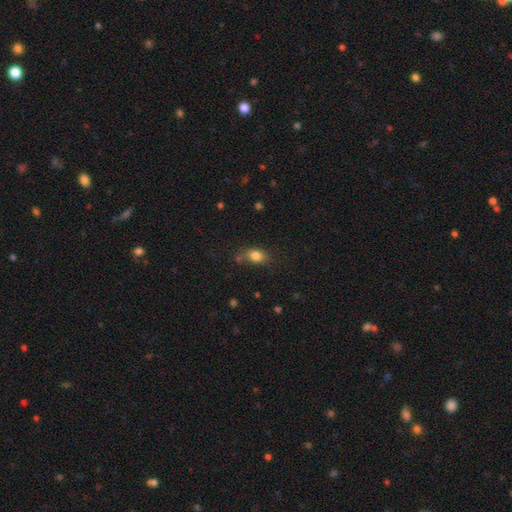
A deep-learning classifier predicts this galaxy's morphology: smooth 82%, star or artifact 11%, featured or disk 7%. Down the decision tree: how rounded — in between (70%); merging — none (63%).